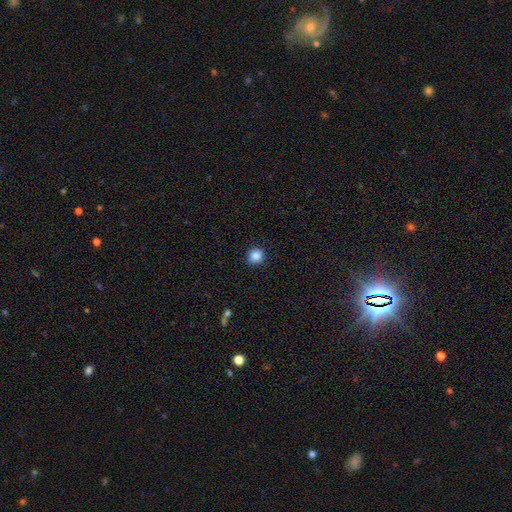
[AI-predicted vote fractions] Morphology: type=smooth (85%); roundness=round (91%); merging=none (91%).